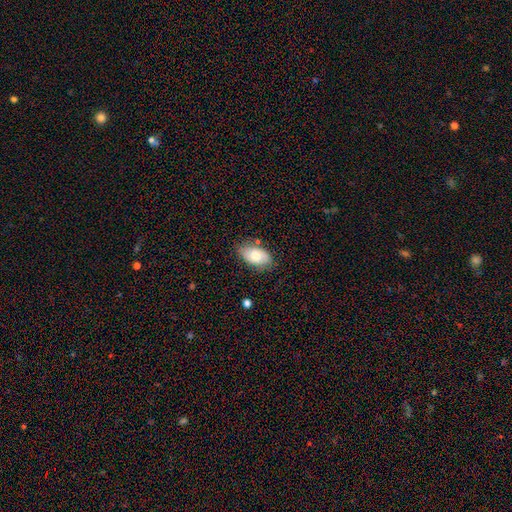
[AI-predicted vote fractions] A smooth galaxy with no disk features (64%) that is in between round and cigar-shaped (93%).

Vote fractions:
- Smooth or featured? smooth: 64% / featured or disk: 29% / star or artifact: 7%
- How rounded? in between: 93% / round: 5% / cigar-shaped: 2%
- Merging? none: 72% / minor disturbance: 21% / major disturbance: 5% / merger: 2%